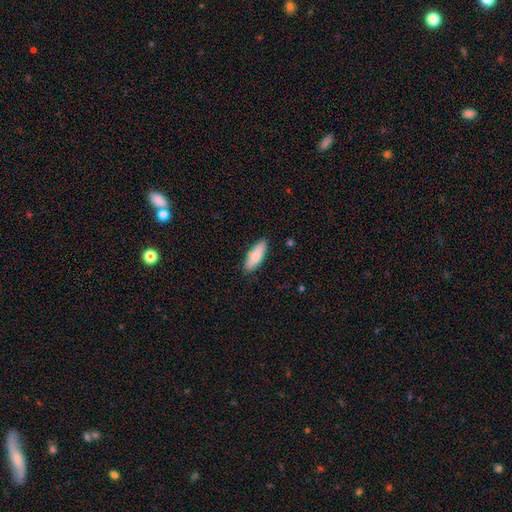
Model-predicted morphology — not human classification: Smooth or featured?
  - smooth: 84% *
  - featured or disk: 10%
  - star or artifact: 6%
How rounded?
  - in between: 59% *
  - cigar-shaped: 39%
  - round: 2%
Merging?
  - none: 82% *
  - minor disturbance: 13%
  - major disturbance: 2%
  - merger: 2%